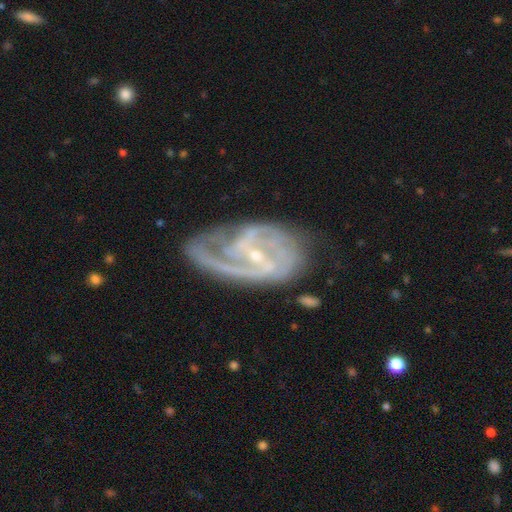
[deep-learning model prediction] This appears to be a featured or disk galaxy (89%) with a weak bar (44%), 2 (54%) medium (48%) spiral arms (95%) and a small central bulge (80%). Merging: none (52%).